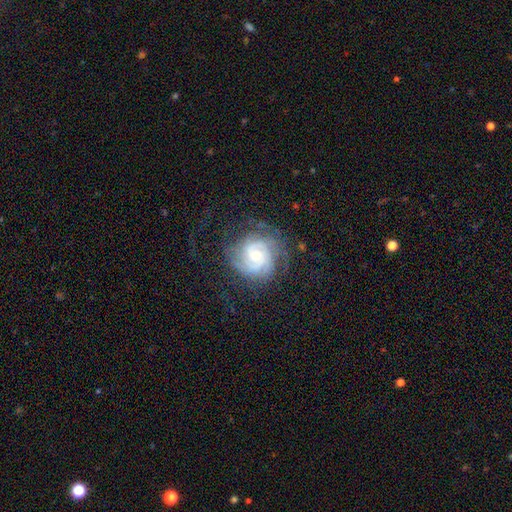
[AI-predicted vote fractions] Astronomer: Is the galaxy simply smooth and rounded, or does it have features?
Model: featured or disk — 84%.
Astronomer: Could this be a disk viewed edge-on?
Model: no — 98%.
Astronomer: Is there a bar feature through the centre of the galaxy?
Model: no — 63%.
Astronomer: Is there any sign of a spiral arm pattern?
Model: yes — 96%.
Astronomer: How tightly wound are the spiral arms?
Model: tight — 66%.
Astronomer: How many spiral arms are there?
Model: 2 — 31% (runner-up: can't tell, 27%).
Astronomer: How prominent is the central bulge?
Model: moderate — 49% (runner-up: small, 46%).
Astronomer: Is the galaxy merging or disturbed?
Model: none — 72%.